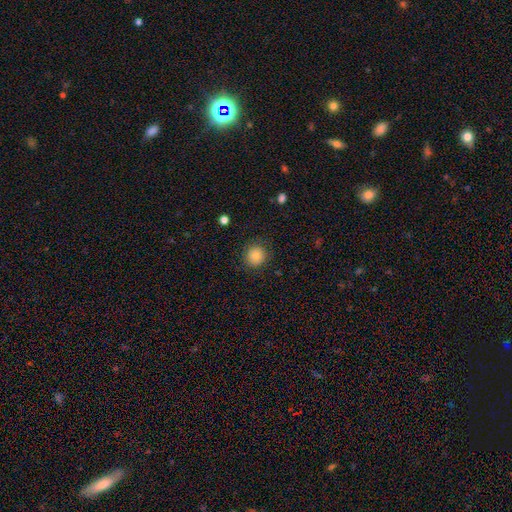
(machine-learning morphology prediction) This is likely a smooth galaxy (80%). How rounded: clearly round (91%). Merging: clearly none (86%).